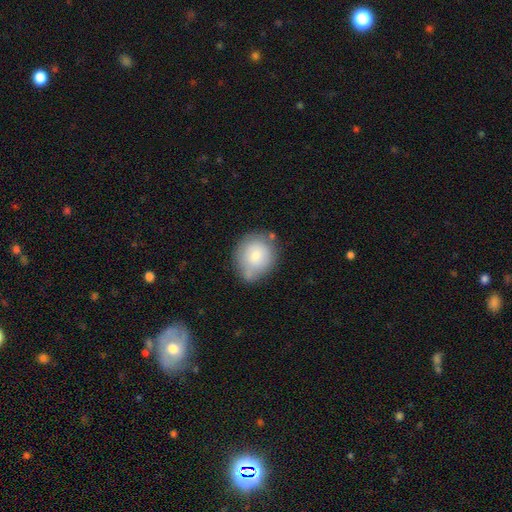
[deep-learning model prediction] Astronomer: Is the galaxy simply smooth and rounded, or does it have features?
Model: smooth — 73%.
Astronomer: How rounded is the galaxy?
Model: round — 85%.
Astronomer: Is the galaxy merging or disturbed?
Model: none — 60%.